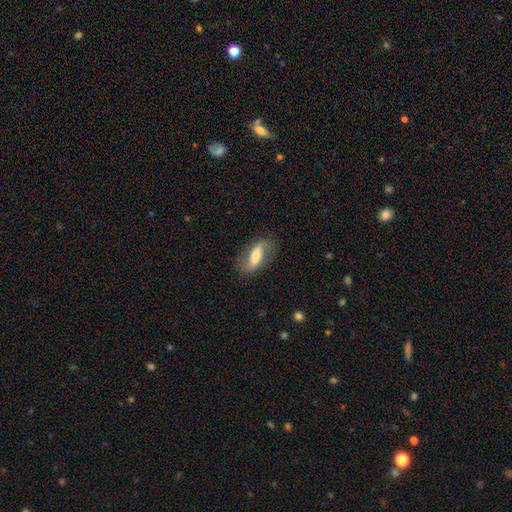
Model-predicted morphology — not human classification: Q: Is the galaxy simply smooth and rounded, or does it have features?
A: featured or disk — 58%.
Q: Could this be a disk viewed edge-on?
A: no — 81%.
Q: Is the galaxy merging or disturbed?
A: none — 76%.